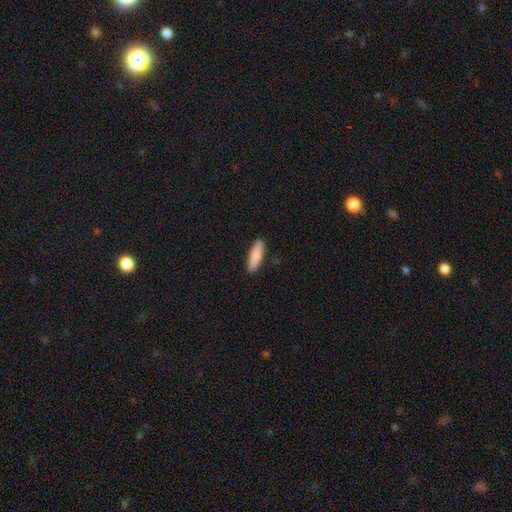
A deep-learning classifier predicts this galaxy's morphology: A smooth galaxy with no disk features (86%) that is cigar-shaped (60%). Merging: none (89%).